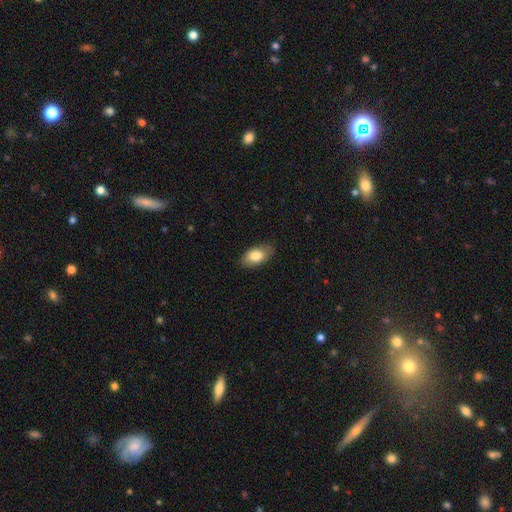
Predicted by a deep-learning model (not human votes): Smooth or featured: smooth — 83% (featured or disk — 10%)
How rounded: in between — 92% (round — 5%)
Merging: none — 82% (minor disturbance — 14%)